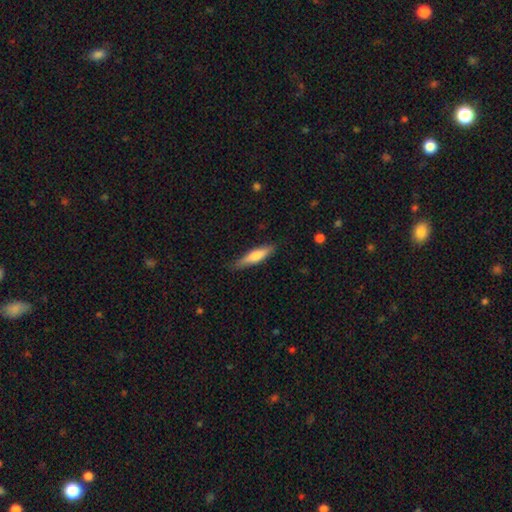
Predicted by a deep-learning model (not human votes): This is likely a smooth galaxy (68%). How rounded: likely cigar-shaped (77%). Merging: clearly none (80%).